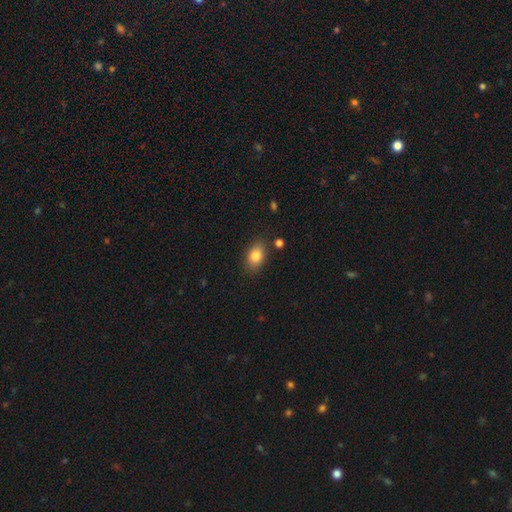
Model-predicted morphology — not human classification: The model was most divided on "how rounded": in between: 82%, round: 16%, cigar-shaped: 2%. More confident: smooth or featured — smooth (84%); merging — none (81%).